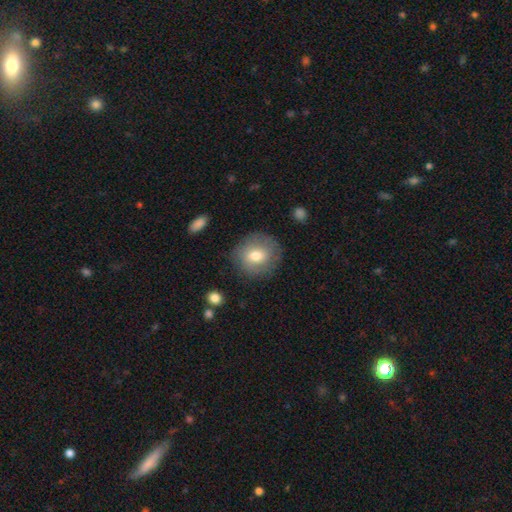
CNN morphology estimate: type=smooth (69%); roundness=round (86%); merging=none (80%).